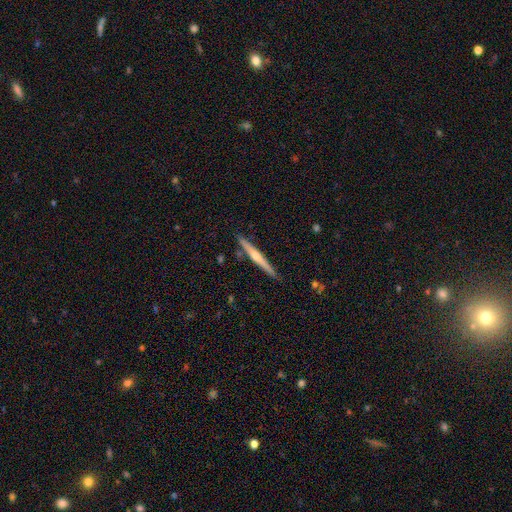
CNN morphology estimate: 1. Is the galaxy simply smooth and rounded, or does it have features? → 73% featured or disk, 21% smooth, 6% star or artifact.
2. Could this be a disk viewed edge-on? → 98% yes, 2% no.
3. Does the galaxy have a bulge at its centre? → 82% rounded, 13% none, 5% boxy.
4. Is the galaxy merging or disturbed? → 89% none, 7% minor disturbance, 2% merger, 1% major disturbance.